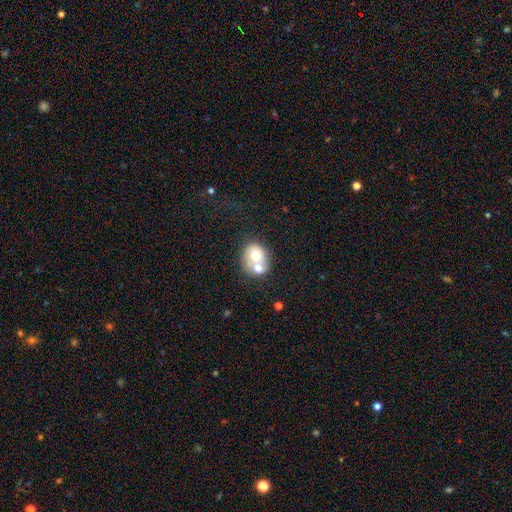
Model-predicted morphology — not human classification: The model was most divided on "how rounded": round: 61%, in between: 38%, cigar-shaped: 1%. More confident: smooth or featured — smooth (63%); merging — merger (62%).